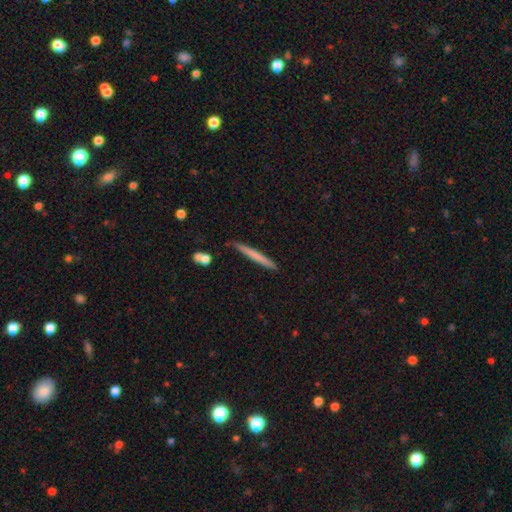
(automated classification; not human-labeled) smooth_or_featured: smooth (p=0.66) [alt: featured or disk p=0.28]
how_rounded: cigar-shaped (p=0.97) [alt: in between p=0.02]
merging: none (p=0.85) [alt: minor disturbance p=0.11]